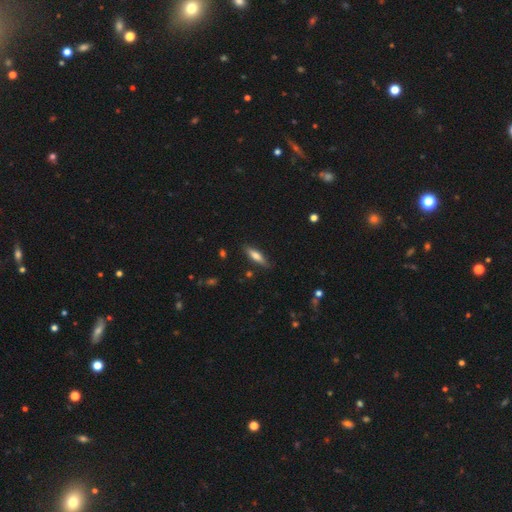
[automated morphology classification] Smooth or featured: smooth — 65% (featured or disk — 29%)
How rounded: cigar-shaped — 64% (in between — 34%)
Merging: none — 83% (minor disturbance — 13%)